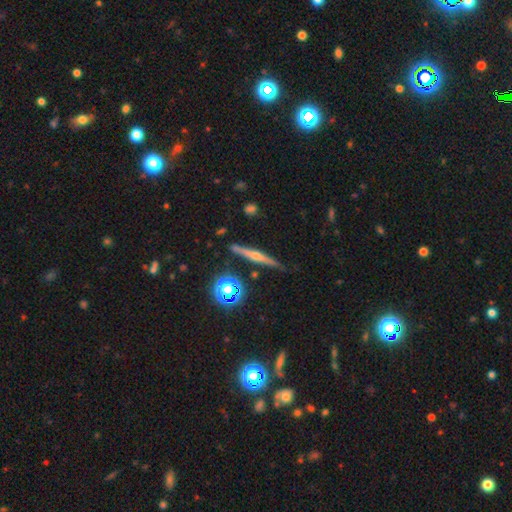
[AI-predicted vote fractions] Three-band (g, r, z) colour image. It shows a featured or disk galaxy (68%) viewed edge-on (97%) with a rounded central bulge (86%). Merging: none (86%).